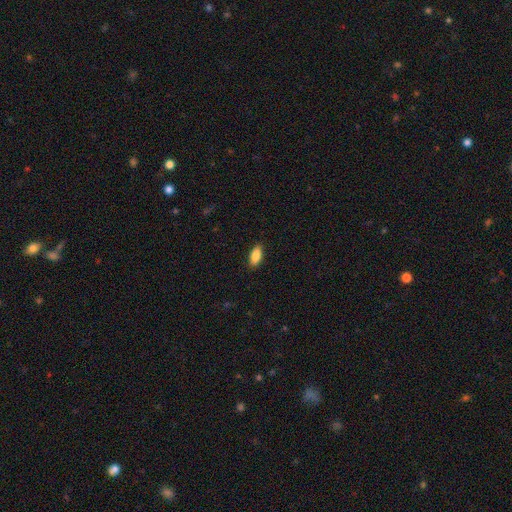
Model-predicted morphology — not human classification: Smooth or featured?
  - smooth: 87% *
  - featured or disk: 7%
  - star or artifact: 7%
How rounded?
  - in between: 87% *
  - cigar-shaped: 10%
  - round: 2%
Merging?
  - none: 88% *
  - minor disturbance: 9%
  - major disturbance: 2%
  - merger: 1%